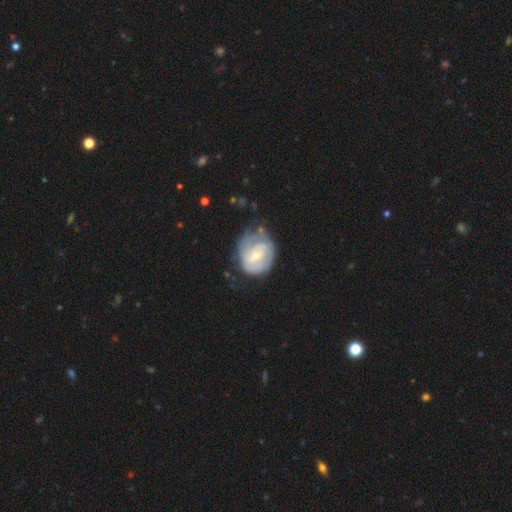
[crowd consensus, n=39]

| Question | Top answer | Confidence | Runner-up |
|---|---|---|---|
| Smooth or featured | featured or disk | 69% | smooth (21%) |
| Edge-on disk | no | 93% | yes (7%) |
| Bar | weak | 64% | strong (20%) |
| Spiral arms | yes | 80% | no (20%) |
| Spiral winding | tight | 65% | medium (35%) |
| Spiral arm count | can't tell | 65% | 2 (20%) |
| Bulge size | moderate | 52% | small (44%) |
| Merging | none | 43% | minor disturbance (31%) |